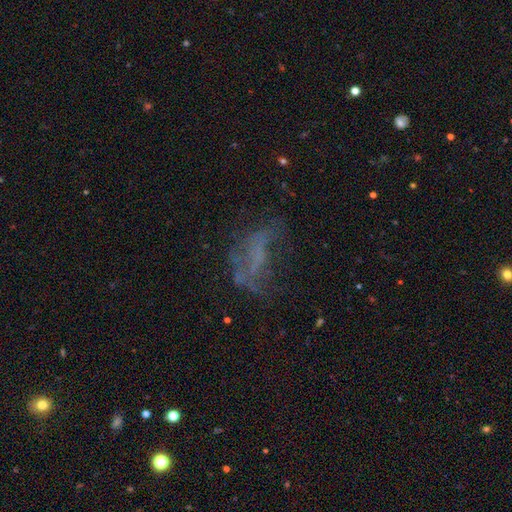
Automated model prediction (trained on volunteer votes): Overall: featured or disk (42%; star or artifact 30%). Merging: none (42%; major disturbance 34%).